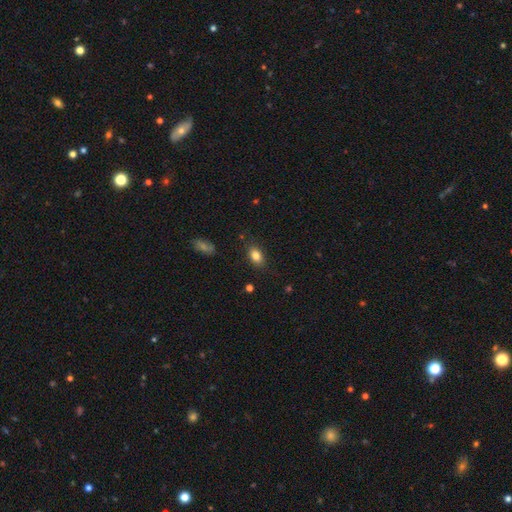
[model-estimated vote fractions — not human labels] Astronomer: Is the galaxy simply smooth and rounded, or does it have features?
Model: smooth — 83%.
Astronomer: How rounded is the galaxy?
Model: in between — 83%.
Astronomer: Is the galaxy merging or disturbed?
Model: none — 83%.